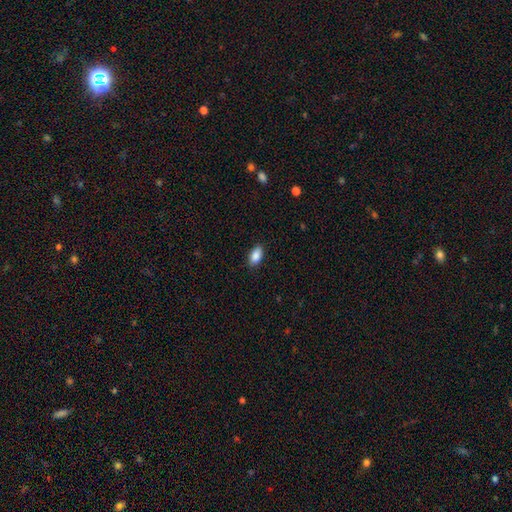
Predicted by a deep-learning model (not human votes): Overall: smooth (88%). How rounded: in between (92%). Merging: none (86%).